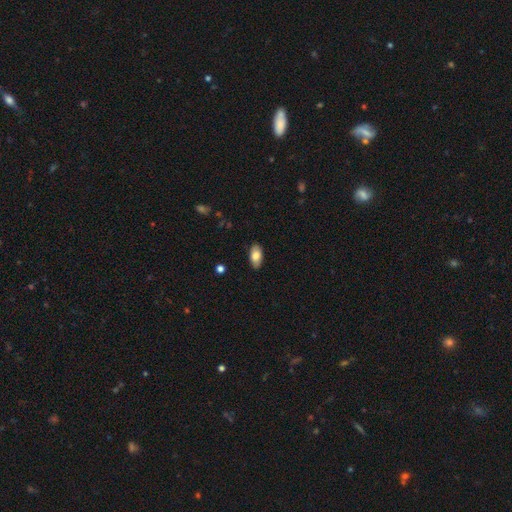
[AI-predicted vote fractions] Overall: smooth (82%). How rounded: in between (93%). Merging: none (87%).